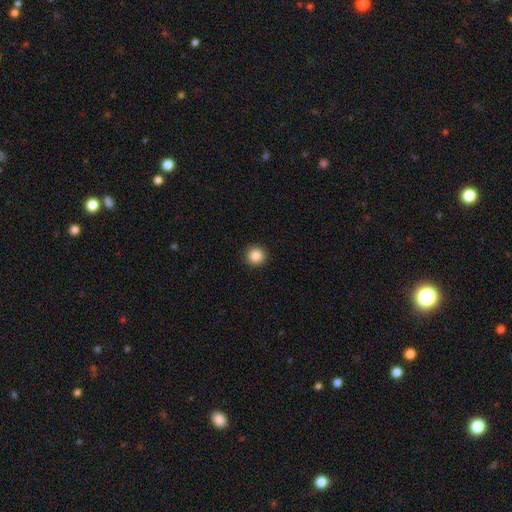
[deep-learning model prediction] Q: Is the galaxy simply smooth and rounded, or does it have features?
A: smooth — 87%.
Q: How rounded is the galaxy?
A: round — 94%.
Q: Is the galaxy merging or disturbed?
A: none — 92%.